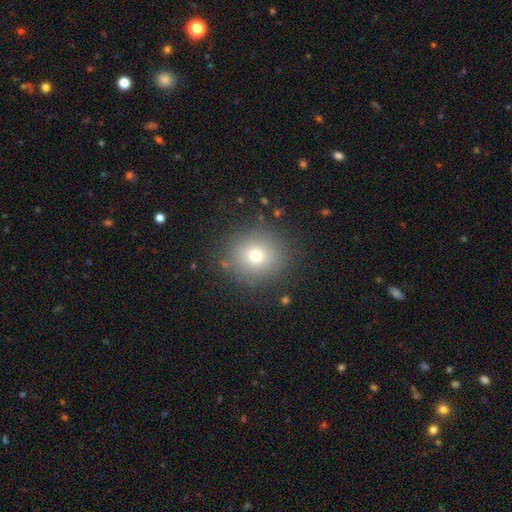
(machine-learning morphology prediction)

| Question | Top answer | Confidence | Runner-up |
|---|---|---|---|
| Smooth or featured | smooth | 71% | star or artifact (16%) |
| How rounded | round | 88% | in between (11%) |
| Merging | none | 85% | minor disturbance (9%) |